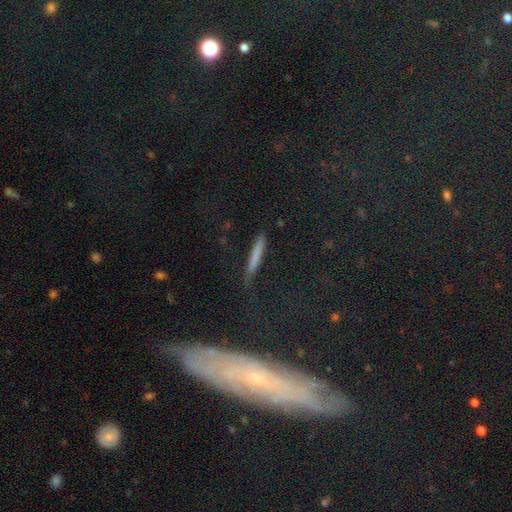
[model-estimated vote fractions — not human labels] The model was most divided on "smooth or featured": smooth: 66%, featured or disk: 20%, star or artifact: 14%. More confident: how rounded — cigar-shaped (94%); merging — none (83%).